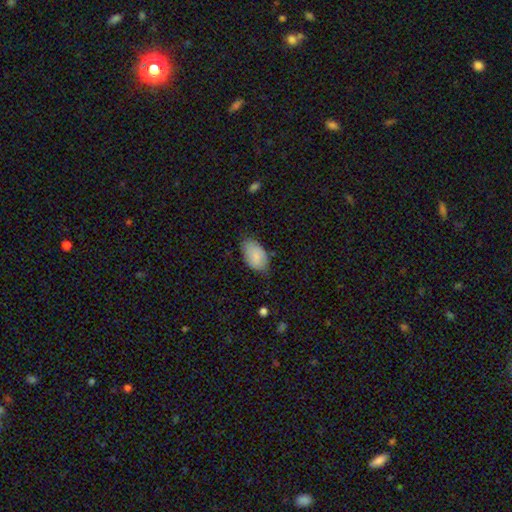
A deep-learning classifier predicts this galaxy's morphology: smooth-or-featured: smooth: 84% | featured or disk: 9% | star or artifact: 6%
  how-rounded: in between: 93% | round: 5% | cigar-shaped: 1%
  merging: none: 65% | minor disturbance: 29% | major disturbance: 5% | merger: 1%